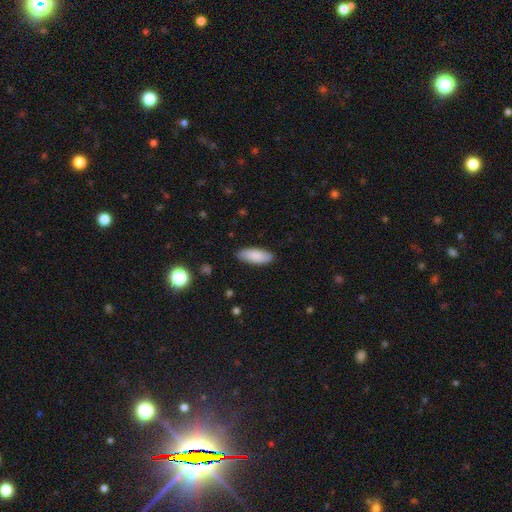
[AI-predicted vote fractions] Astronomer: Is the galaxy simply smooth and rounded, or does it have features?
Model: smooth — 85%.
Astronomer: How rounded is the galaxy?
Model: in between — 77%.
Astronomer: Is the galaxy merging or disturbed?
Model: none — 86%.